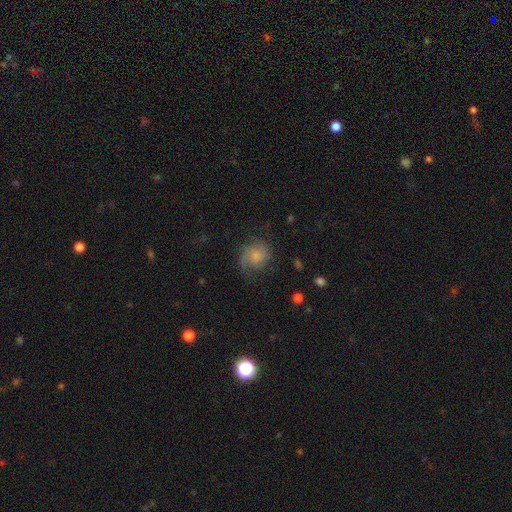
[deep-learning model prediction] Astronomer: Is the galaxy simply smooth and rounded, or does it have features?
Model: smooth — 47% (runner-up: featured or disk, 44%).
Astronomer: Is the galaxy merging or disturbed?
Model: none — 57%.